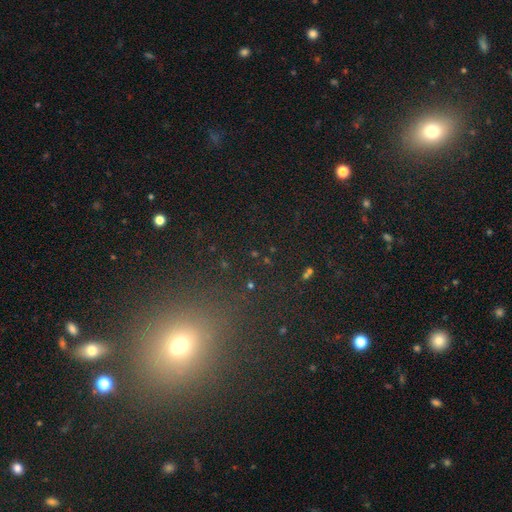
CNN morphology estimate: Overall: star or artifact (47%; smooth 43%).